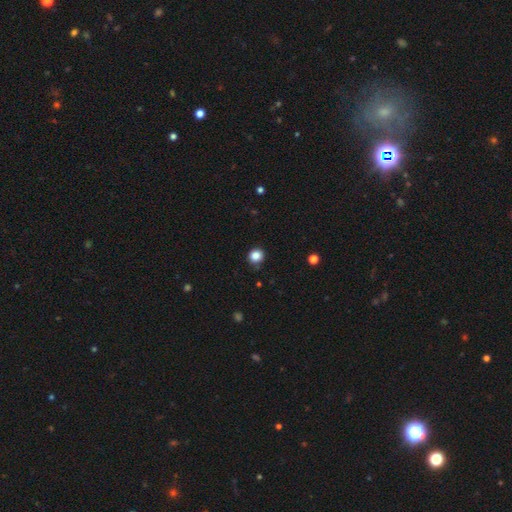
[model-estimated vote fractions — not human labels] Overall: smooth (86%). How rounded: round (89%). Merging: none (87%).